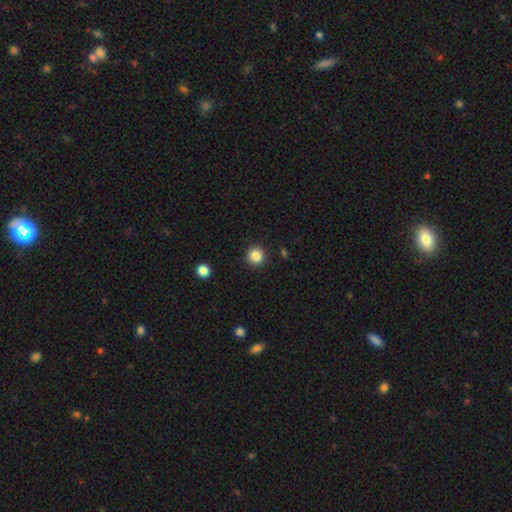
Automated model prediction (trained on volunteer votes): A smooth galaxy with no disk features (86%) that is round (95%).

Vote fractions:
- Smooth or featured? smooth: 86% / star or artifact: 10% / featured or disk: 4%
- How rounded? round: 95% / in between: 4% / cigar-shaped: 1%
- Merging? none: 92% / minor disturbance: 5% / major disturbance: 2% / merger: 1%